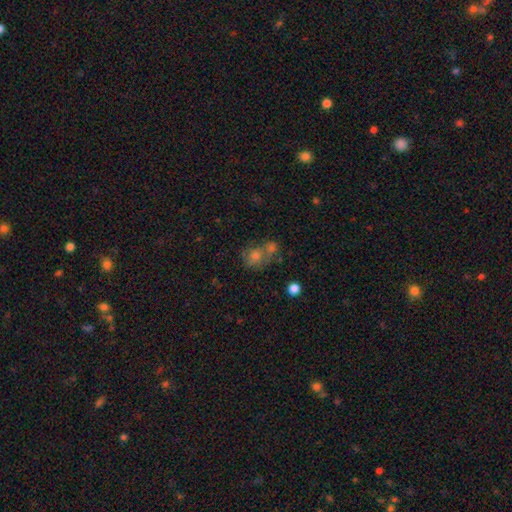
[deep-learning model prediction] smooth-or-featured: smooth: 59% | featured or disk: 21% | star or artifact: 20%
  how-rounded: round: 66% | in between: 33% | cigar-shaped: 1%
  merging: merger: 44% | none: 38% | minor disturbance: 12% | major disturbance: 7%